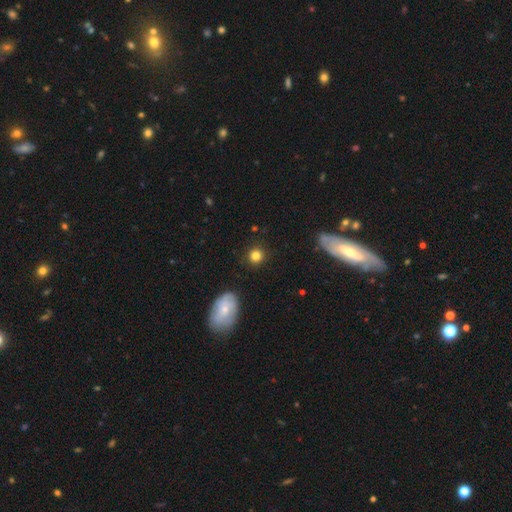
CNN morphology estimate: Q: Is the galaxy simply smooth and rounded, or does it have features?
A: smooth — 83%.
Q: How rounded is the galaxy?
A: round — 91%.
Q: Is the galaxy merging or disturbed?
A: none — 88%.